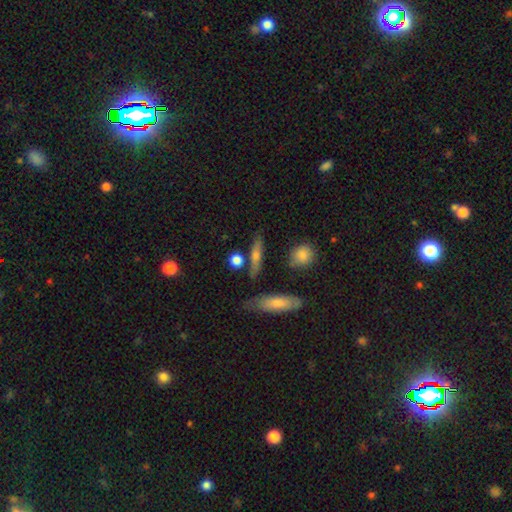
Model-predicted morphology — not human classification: type=smooth (54%); roundness=cigar-shaped (62%); merging=none (78%).